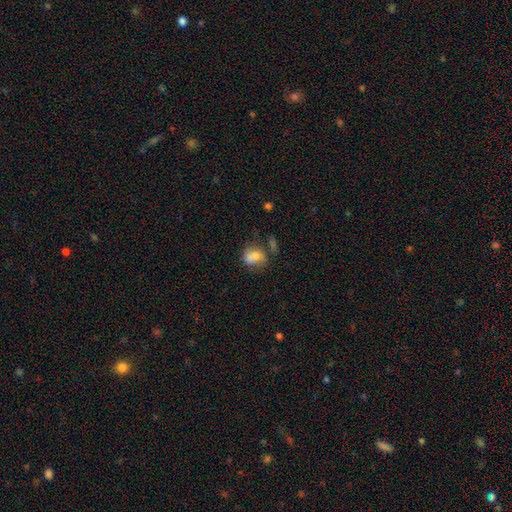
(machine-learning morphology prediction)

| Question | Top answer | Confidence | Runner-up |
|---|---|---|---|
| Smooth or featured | smooth | 77% | featured or disk (13%) |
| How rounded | in between | 53% | round (46%) |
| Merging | none | 50% | minor disturbance (25%) |